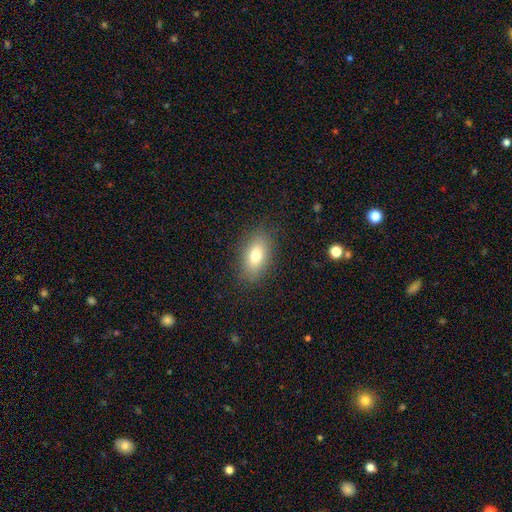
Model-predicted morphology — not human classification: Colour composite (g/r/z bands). It shows a smooth galaxy with no disk features (75%) that is in between round and cigar-shaped (86%). Merging: none (85%).